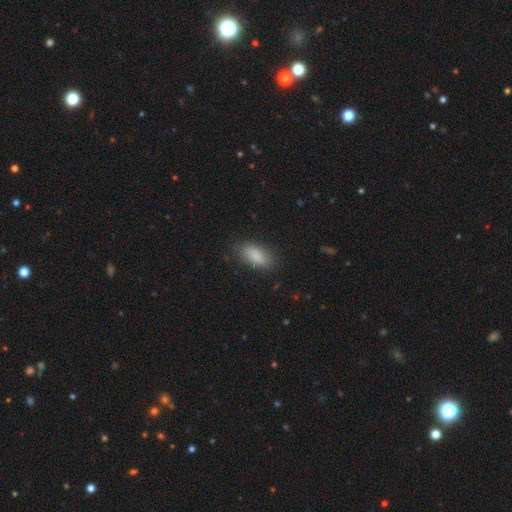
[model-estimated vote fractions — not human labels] Smooth or featured: smooth — 86% (star or artifact — 7%)
How rounded: in between — 85% (cigar-shaped — 12%)
Merging: none — 82% (minor disturbance — 13%)